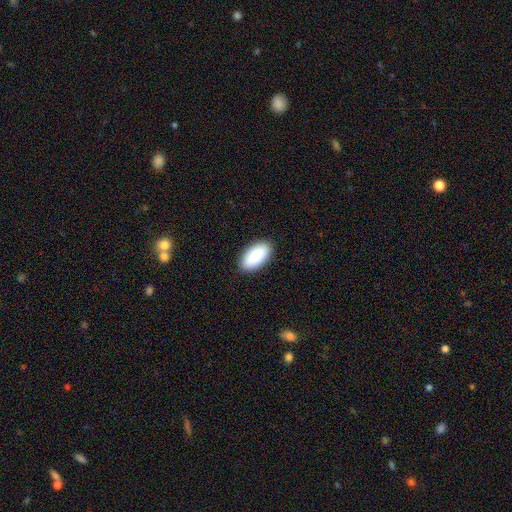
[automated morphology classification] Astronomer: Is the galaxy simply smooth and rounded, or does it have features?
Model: smooth — 90%.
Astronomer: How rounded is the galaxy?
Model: in between — 95%.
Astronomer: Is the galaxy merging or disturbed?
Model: none — 89%.